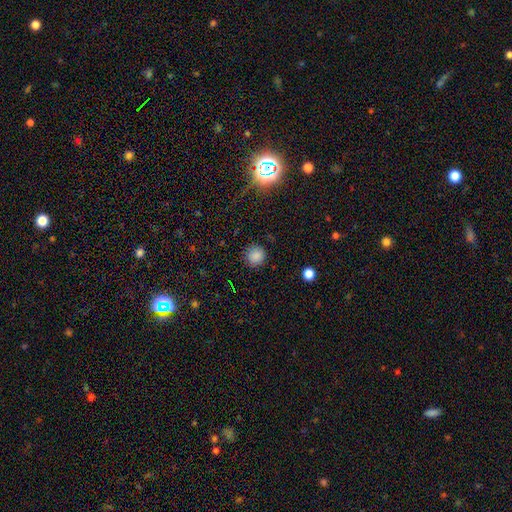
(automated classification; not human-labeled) The model was most divided on "smooth or featured": smooth: 83%, star or artifact: 13%, featured or disk: 4%. More confident: how rounded — round (94%); merging — none (90%).